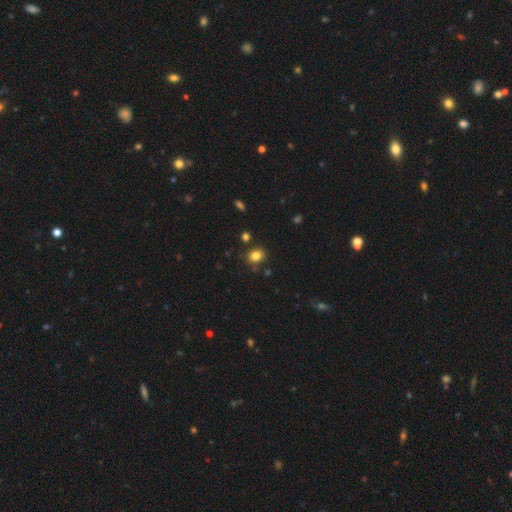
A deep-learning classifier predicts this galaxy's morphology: Smooth or featured? smooth (82%)
How rounded? round (64%)
Merging? none (83%)